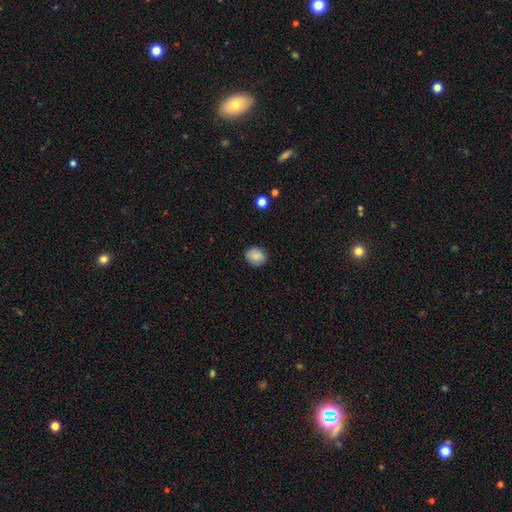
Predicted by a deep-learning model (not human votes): Overall: smooth (86%). How rounded: round (60%; in between 39%). Merging: none (87%).